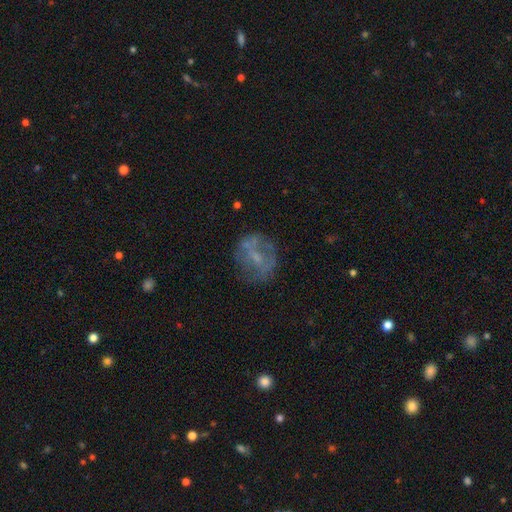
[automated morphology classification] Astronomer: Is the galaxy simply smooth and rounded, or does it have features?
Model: featured or disk — 54% (runner-up: smooth, 33%).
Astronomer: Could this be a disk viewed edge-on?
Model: no — 96%.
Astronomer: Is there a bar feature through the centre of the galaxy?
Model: no — 50% (runner-up: weak, 37%).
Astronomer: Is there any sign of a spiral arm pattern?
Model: no — 64%.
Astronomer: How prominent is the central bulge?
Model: small — 52%.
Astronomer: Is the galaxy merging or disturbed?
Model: none — 66%.